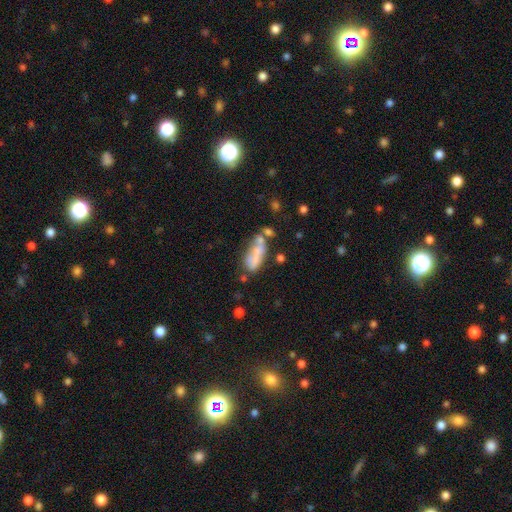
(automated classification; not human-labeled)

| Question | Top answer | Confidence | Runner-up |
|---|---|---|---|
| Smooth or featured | smooth | 59% | featured or disk (30%) |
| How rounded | in between | 75% | cigar-shaped (21%) |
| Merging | none | 31% | merger (30%) |